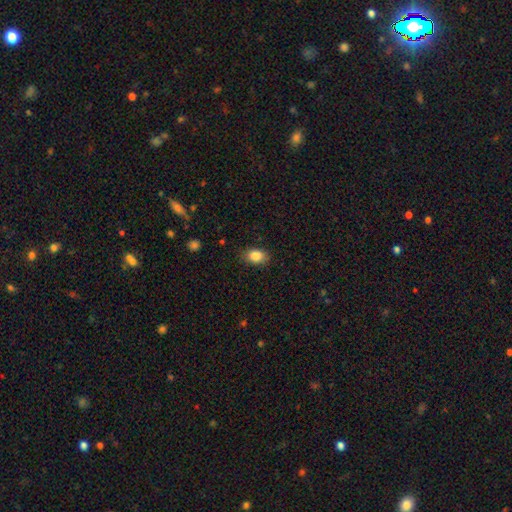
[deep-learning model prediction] Smooth or featured?
  - smooth: 87% *
  - star or artifact: 8%
  - featured or disk: 5%
How rounded?
  - in between: 82% *
  - round: 16%
  - cigar-shaped: 2%
Merging?
  - none: 84% *
  - minor disturbance: 12%
  - major disturbance: 3%
  - merger: 1%